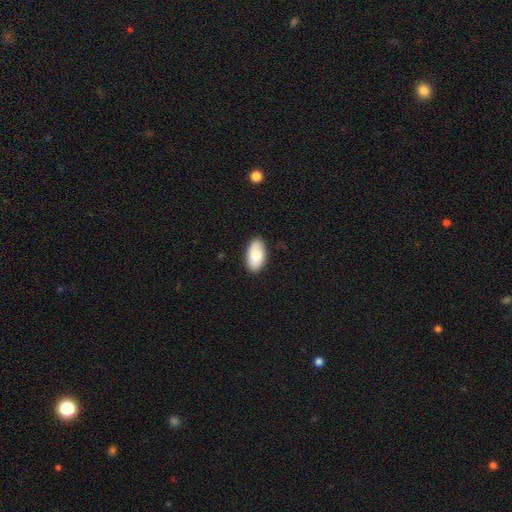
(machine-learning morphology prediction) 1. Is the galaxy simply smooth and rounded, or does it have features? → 78% smooth, 16% featured or disk, 6% star or artifact.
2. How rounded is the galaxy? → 95% in between, 3% round, 2% cigar-shaped.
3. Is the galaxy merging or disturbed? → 85% none, 12% minor disturbance, 2% major disturbance, 1% merger.